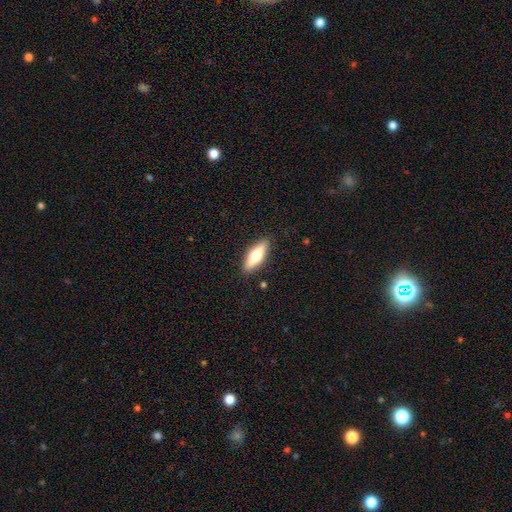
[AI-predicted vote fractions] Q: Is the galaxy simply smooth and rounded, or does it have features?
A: smooth — 61%.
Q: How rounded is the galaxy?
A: in between — 55%.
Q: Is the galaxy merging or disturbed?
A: none — 88%.